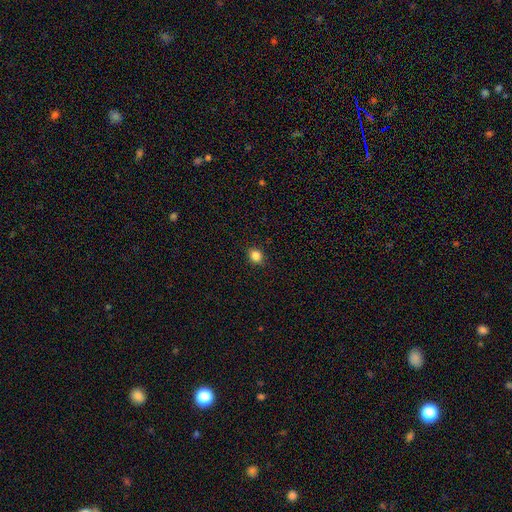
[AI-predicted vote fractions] Morphology: type=smooth (85%); roundness=round (77%); merging=none (91%).